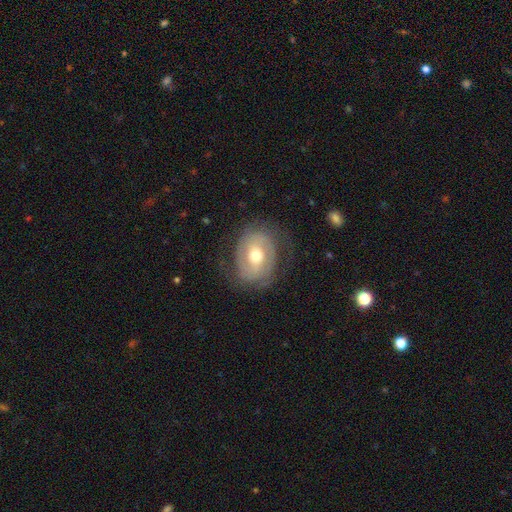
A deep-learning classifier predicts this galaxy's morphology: featured or disk 71%, smooth 22%, star or artifact 6%. Down the decision tree: edge-on disk — no (96%); bar — weak (41%); spiral arms — yes (80%); spiral arm count — 2 (68%); spiral winding — tight (49%); bulge size — moderate (71%); merging — none (71%).